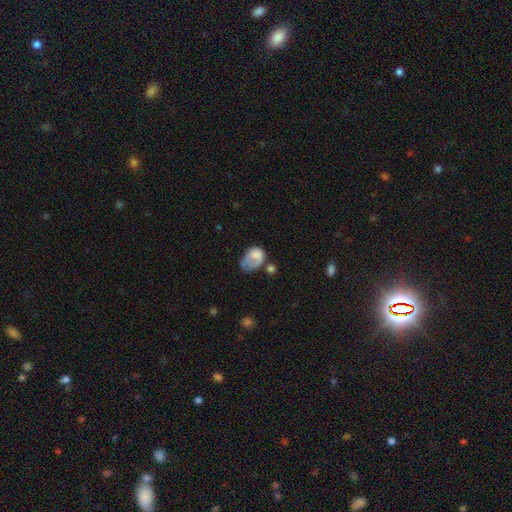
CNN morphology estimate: smooth_or_featured: smooth (p=0.65) [alt: featured or disk p=0.26]
how_rounded: in between (p=0.75) [alt: round p=0.24]
merging: major disturbance (p=0.41) [alt: minor disturbance p=0.28]